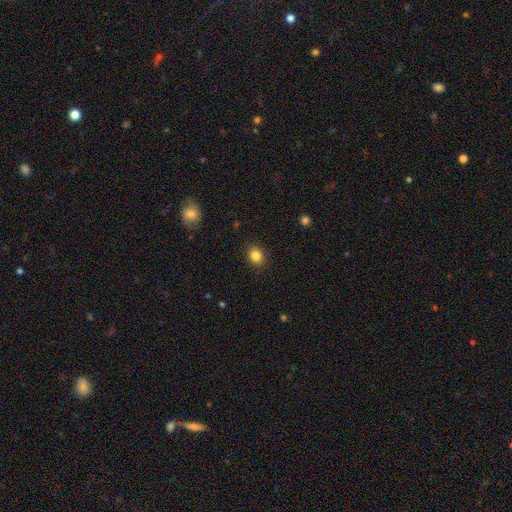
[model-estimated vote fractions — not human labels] This is clearly a smooth galaxy (84%). How rounded: likely round (60%). Merging: clearly none (90%).